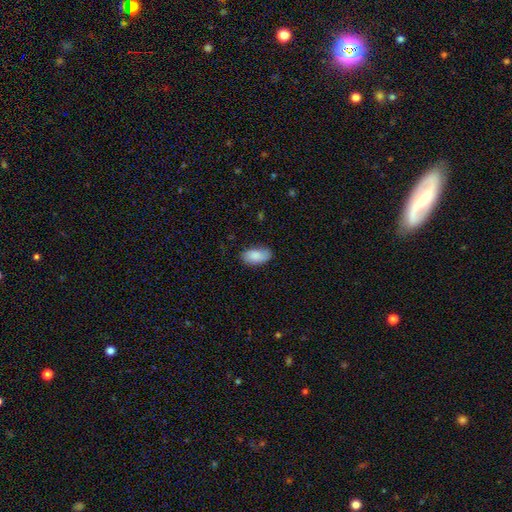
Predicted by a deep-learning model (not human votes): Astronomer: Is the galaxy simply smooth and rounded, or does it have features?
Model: smooth — 85%.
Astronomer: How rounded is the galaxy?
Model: in between — 94%.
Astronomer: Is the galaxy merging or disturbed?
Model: none — 79%.